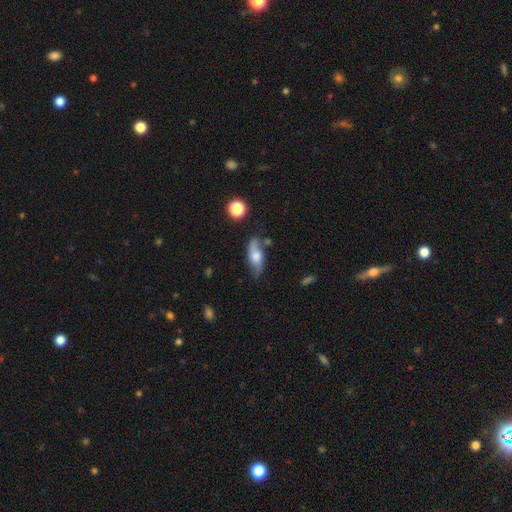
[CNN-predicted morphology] Overall: smooth (50%; featured or disk 42%). How rounded: in between (75%). Merging: none (59%; minor disturbance 26%).